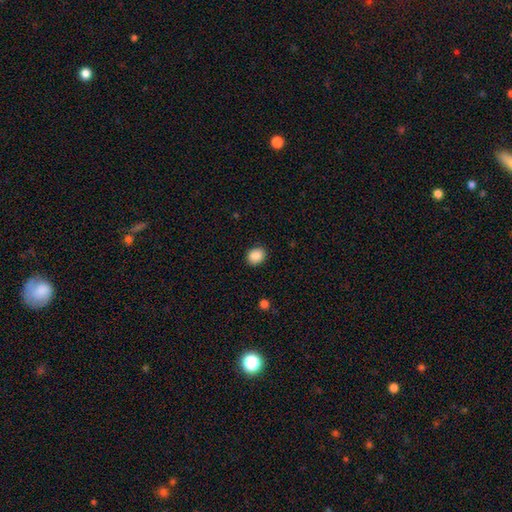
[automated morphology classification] smooth_or_featured: smooth (p=0.89) [alt: star or artifact p=0.08]
how_rounded: round (p=0.59) [alt: in between p=0.40]
merging: none (p=0.89) [alt: minor disturbance p=0.07]